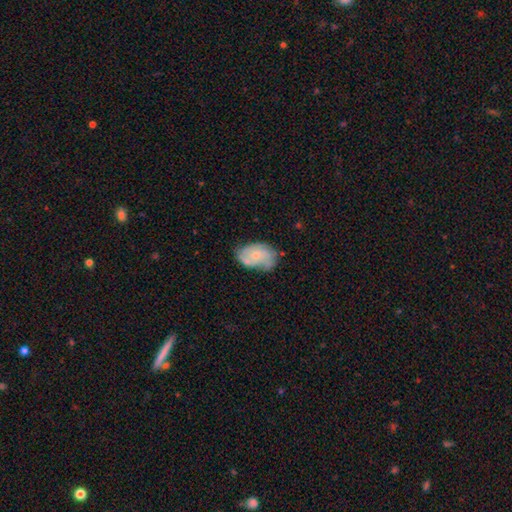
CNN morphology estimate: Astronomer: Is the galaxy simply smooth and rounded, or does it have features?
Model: featured or disk — 49% (runner-up: smooth, 44%).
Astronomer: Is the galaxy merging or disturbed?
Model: none — 51% (runner-up: minor disturbance, 31%).